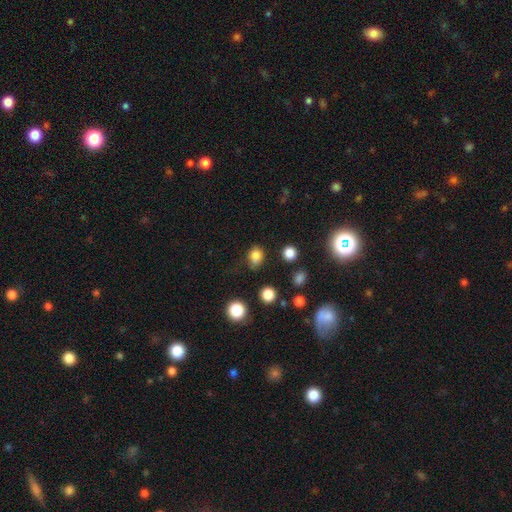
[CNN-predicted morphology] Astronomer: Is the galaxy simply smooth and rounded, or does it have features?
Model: smooth — 81%.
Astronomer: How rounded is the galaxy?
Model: round — 53% (runner-up: in between, 46%).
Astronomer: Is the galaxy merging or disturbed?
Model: none — 63%.